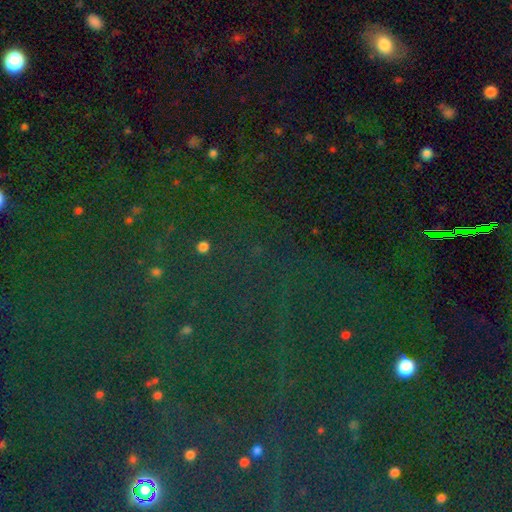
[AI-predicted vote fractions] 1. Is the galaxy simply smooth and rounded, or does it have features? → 81% star or artifact, 11% smooth, 8% featured or disk.